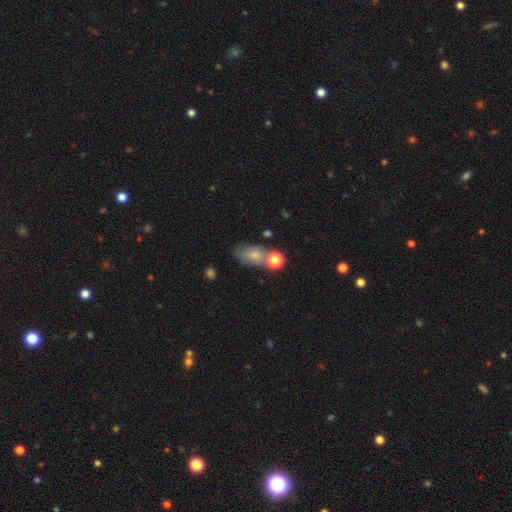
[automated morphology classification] This appears to be a smooth galaxy with no disk features (66%) that is in between round and cigar-shaped (79%). Merging: none (55%).